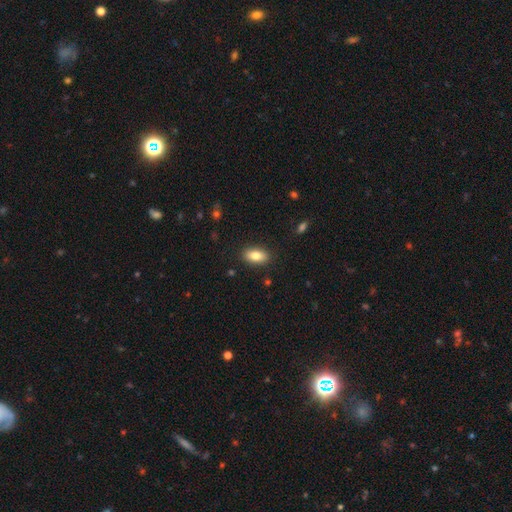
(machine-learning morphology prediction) Overall: smooth (82%). How rounded: in between (89%). Merging: none (88%).